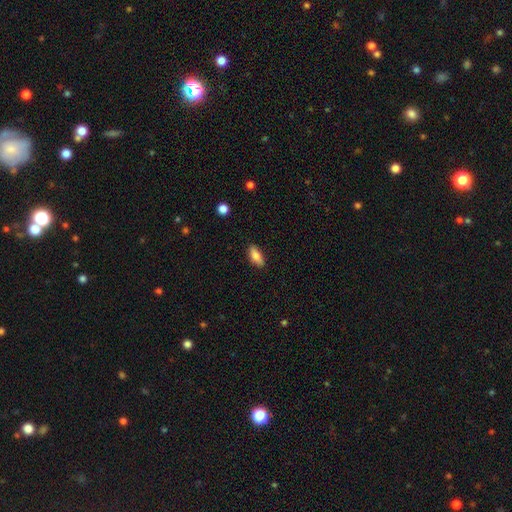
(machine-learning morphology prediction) A smooth galaxy with no disk features (81%) that is in between round and cigar-shaped (79%). Merging: none (86%).